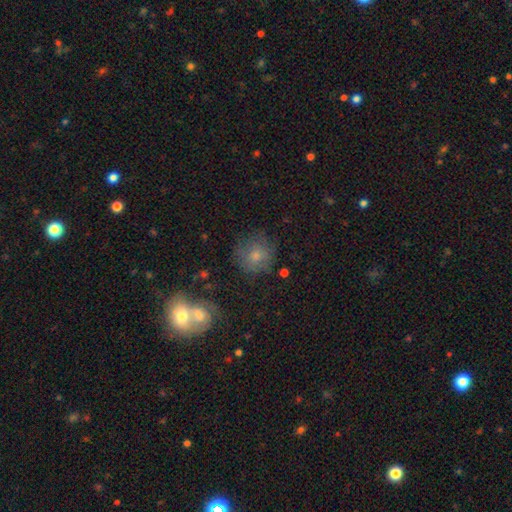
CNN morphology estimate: smooth-or-featured: smooth: 67% | featured or disk: 20% | star or artifact: 13%
  how-rounded: round: 88% | in between: 11% | cigar-shaped: 1%
  merging: none: 68% | minor disturbance: 17% | major disturbance: 9% | merger: 7%